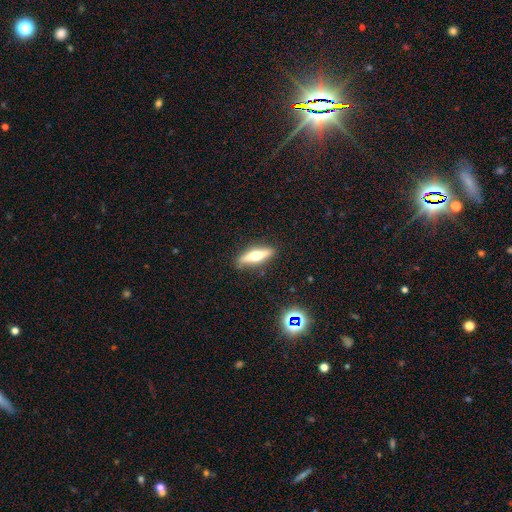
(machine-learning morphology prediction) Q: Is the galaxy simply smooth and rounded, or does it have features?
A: featured or disk — 52%.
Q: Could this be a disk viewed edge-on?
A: yes — 91%.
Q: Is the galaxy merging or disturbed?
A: none — 88%.